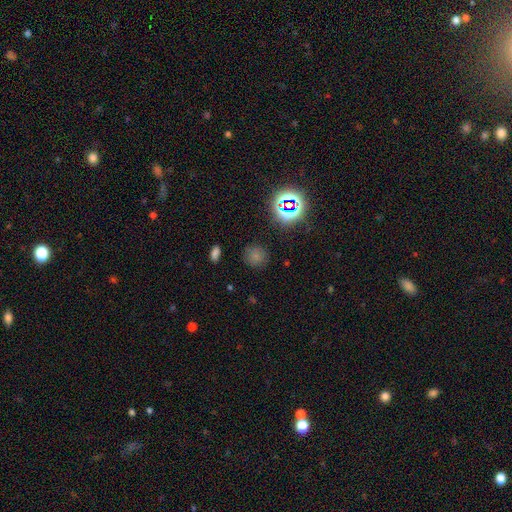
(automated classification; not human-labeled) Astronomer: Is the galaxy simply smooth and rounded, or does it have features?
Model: smooth — 68%.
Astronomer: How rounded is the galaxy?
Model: round — 86%.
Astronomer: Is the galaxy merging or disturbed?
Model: none — 83%.